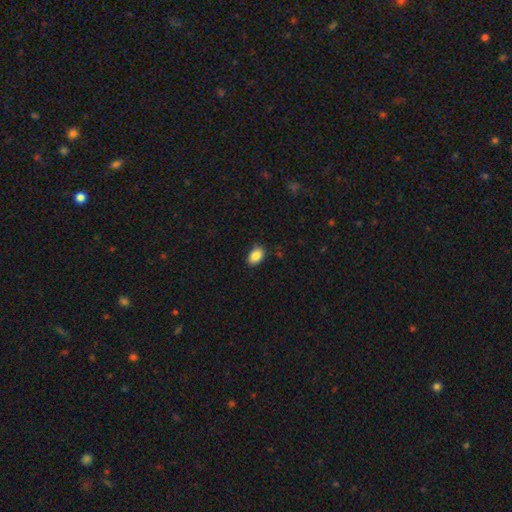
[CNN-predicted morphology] smooth_or_featured: smooth (p=0.88) [alt: star or artifact p=0.08]
how_rounded: in between (p=0.88) [alt: round p=0.11]
merging: none (p=0.87) [alt: minor disturbance p=0.10]